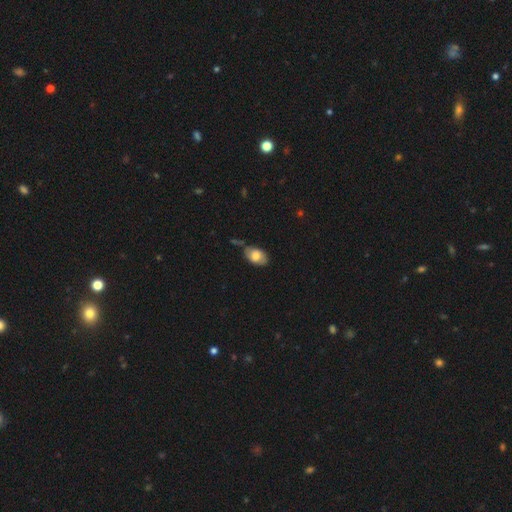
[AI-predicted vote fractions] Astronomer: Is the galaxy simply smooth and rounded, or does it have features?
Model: smooth — 74%.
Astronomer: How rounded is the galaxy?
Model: in between — 89%.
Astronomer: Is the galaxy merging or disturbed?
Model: none — 61%.